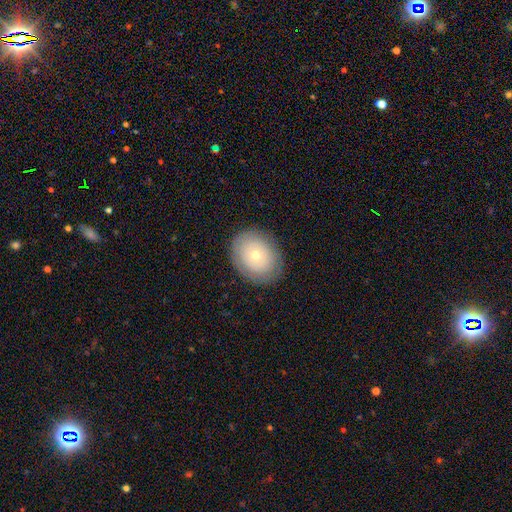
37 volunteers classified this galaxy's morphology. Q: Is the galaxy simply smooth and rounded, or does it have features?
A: smooth — 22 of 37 (59%).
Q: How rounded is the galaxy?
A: in between — 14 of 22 (64%).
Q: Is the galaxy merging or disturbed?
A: none — 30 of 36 (83%).